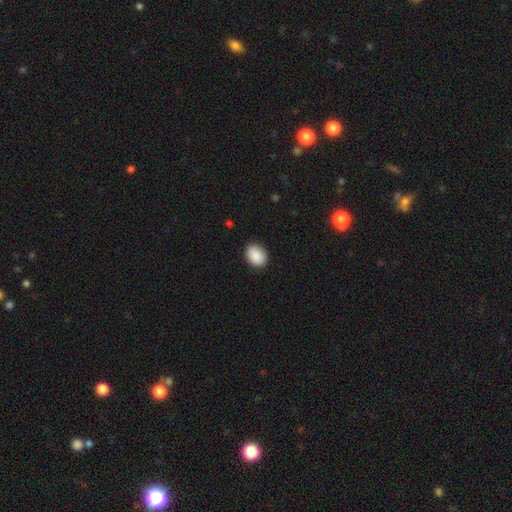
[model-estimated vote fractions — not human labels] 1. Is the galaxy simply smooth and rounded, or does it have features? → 90% smooth, 7% star or artifact, 4% featured or disk.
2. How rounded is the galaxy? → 65% in between, 34% round, 1% cigar-shaped.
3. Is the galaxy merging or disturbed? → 89% none, 8% minor disturbance, 2% major disturbance, 1% merger.